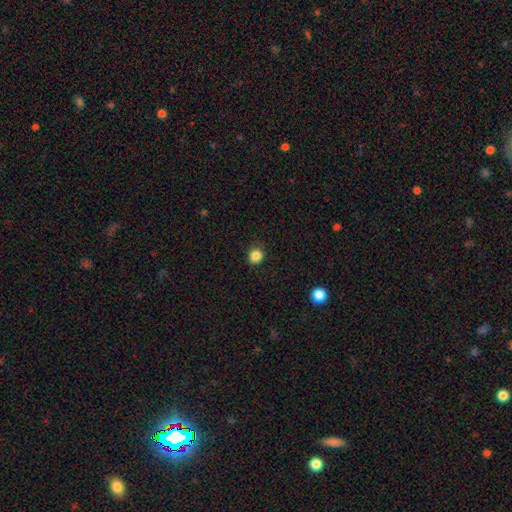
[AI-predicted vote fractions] smooth_or_featured: smooth (p=0.85) [alt: star or artifact p=0.11]
how_rounded: round (p=0.83) [alt: in between p=0.17]
merging: none (p=0.90) [alt: minor disturbance p=0.07]